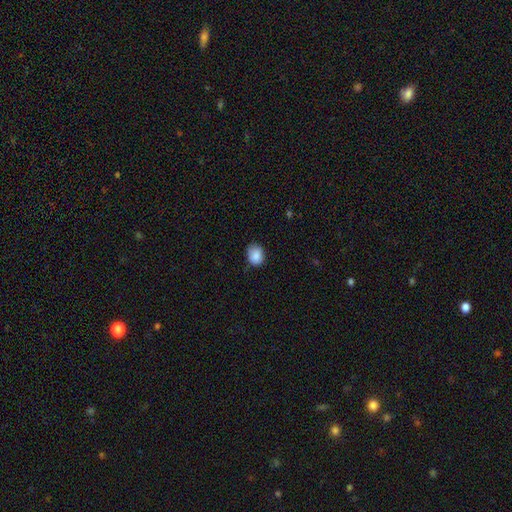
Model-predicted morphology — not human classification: A smooth galaxy with no disk features (86%) that is round (53%). Merging: none (65%).